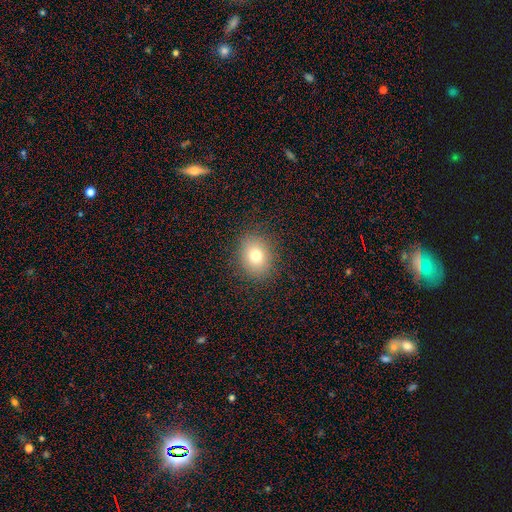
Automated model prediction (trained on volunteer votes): Overall: smooth (76%). How rounded: round (61%; in between 38%). Merging: none (88%).